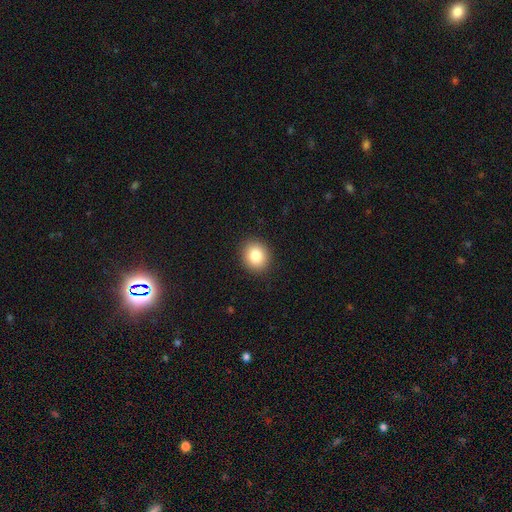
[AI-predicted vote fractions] A smooth galaxy with no disk features (84%) that is round (77%).

Vote fractions:
- Smooth or featured? smooth: 84% / star or artifact: 10% / featured or disk: 7%
- How rounded? round: 77% / in between: 22% / cigar-shaped: 1%
- Merging? none: 91% / minor disturbance: 6% / major disturbance: 2% / merger: 1%